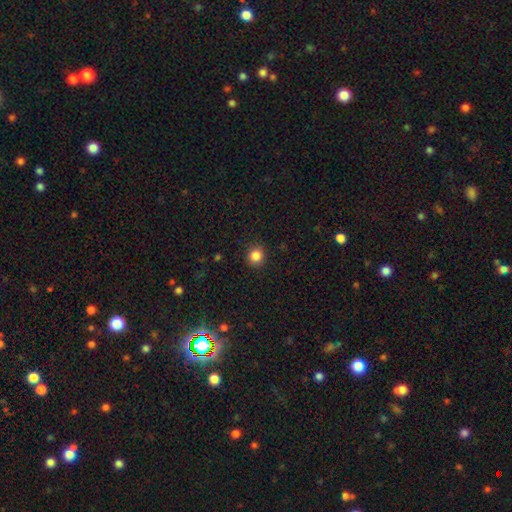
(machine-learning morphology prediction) Q: Smooth or featured?
A: smooth (85%); runner-up: star or artifact (11%)
Q: How rounded?
A: round (89%); runner-up: in between (10%)
Q: Merging?
A: none (91%); runner-up: minor disturbance (6%)